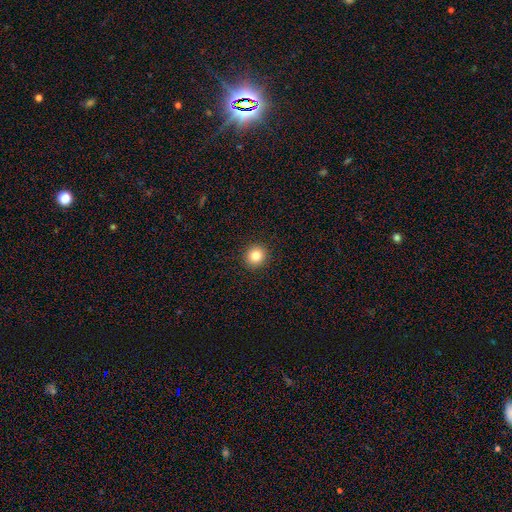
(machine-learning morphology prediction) A smooth galaxy with no disk features (84%) that is round (90%).

Vote fractions:
- Smooth or featured? smooth: 84% / star or artifact: 11% / featured or disk: 5%
- How rounded? round: 90% / in between: 9% / cigar-shaped: 1%
- Merging? none: 93% / minor disturbance: 5% / major disturbance: 2% / merger: 1%